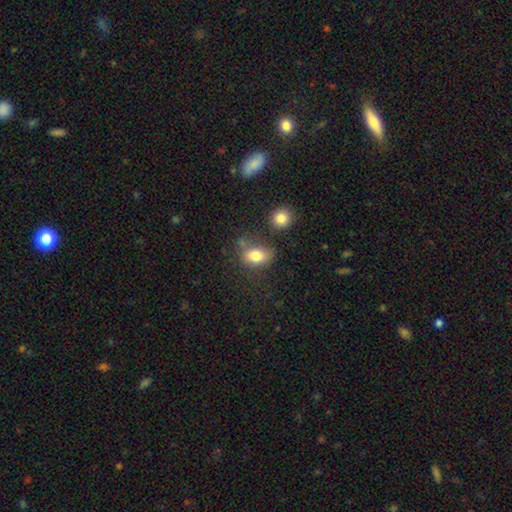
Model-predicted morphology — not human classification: A smooth galaxy with no disk features (80%) that is in between round and cigar-shaped (76%). Merging: none (55%).